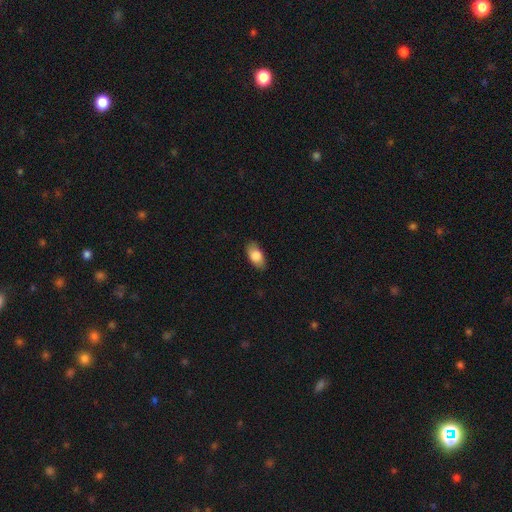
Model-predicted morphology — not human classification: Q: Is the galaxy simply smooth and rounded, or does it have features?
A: smooth — 84%.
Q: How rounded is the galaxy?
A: in between — 92%.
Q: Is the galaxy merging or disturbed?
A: none — 85%.